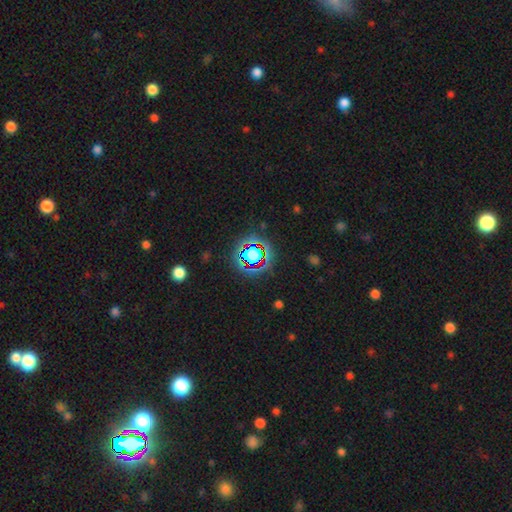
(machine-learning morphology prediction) smooth-or-featured: star or artifact: 62% | smooth: 26% | featured or disk: 12%